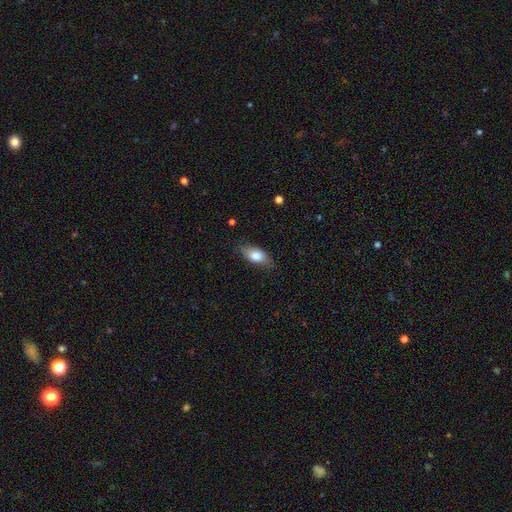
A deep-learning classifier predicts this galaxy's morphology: Smooth or featured?
  - smooth: 79% *
  - featured or disk: 14%
  - star or artifact: 7%
How rounded?
  - in between: 86% *
  - cigar-shaped: 10%
  - round: 4%
Merging?
  - none: 79% *
  - minor disturbance: 16%
  - major disturbance: 3%
  - merger: 1%